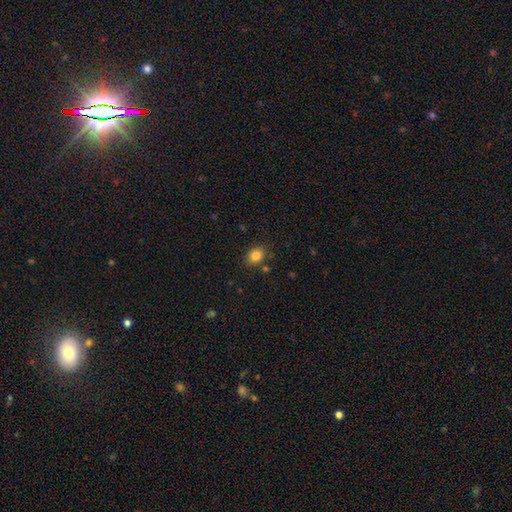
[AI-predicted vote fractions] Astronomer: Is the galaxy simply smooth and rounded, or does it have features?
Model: smooth — 84%.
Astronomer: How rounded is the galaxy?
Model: in between — 53% (runner-up: round, 47%).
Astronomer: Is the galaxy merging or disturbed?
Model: none — 82%.